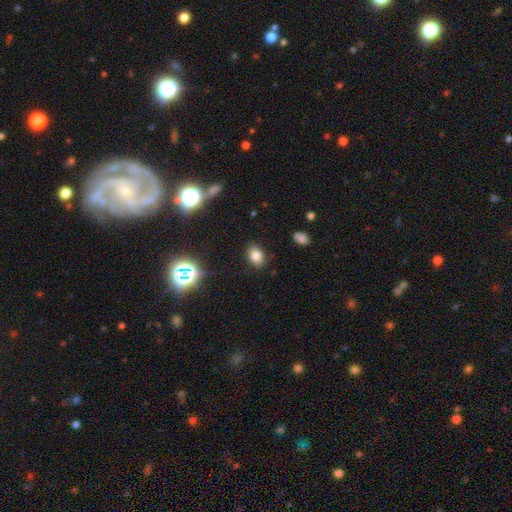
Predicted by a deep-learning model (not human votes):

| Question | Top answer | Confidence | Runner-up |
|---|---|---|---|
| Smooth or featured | smooth | 78% | star or artifact (15%) |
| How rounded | in between | 76% | round (23%) |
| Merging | none | 86% | minor disturbance (9%) |